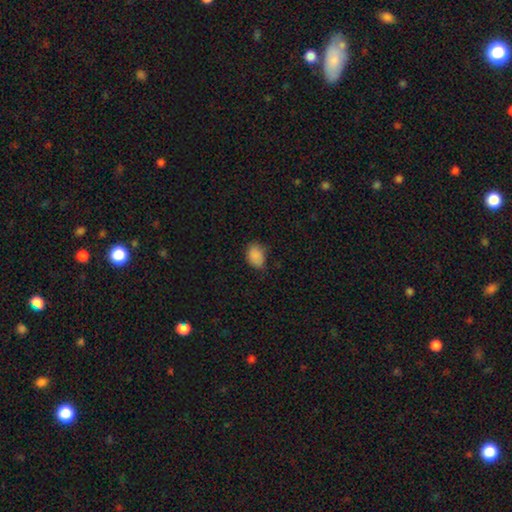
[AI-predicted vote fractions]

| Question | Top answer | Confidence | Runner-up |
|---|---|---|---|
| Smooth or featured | smooth | 86% | star or artifact (9%) |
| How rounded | in between | 74% | round (25%) |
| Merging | none | 68% | minor disturbance (26%) |